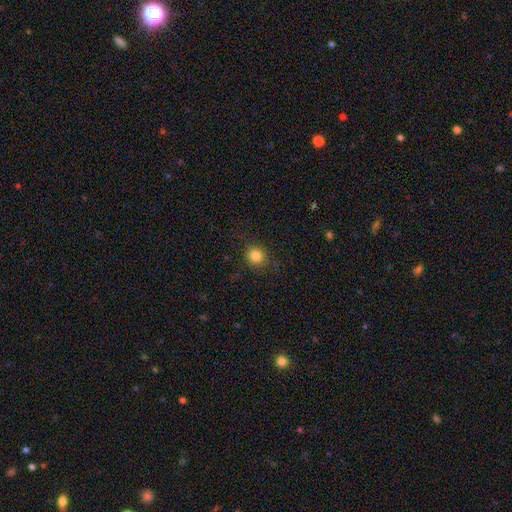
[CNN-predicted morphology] type=smooth (83%); roundness=round (90%); merging=none (86%).